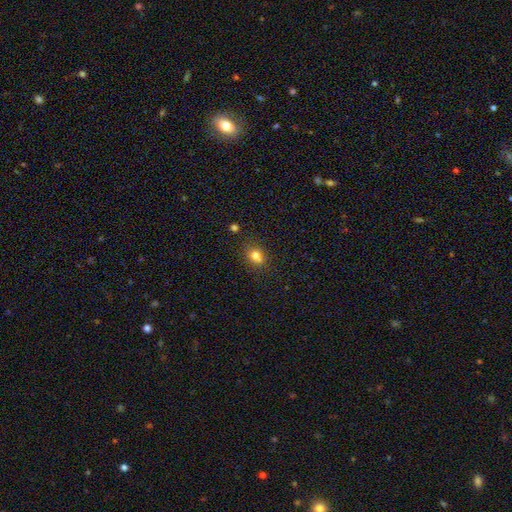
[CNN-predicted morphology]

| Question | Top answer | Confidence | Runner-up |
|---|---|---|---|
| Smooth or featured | smooth | 72% | star or artifact (15%) |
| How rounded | round | 64% | in between (34%) |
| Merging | none | 60% | merger (22%) |